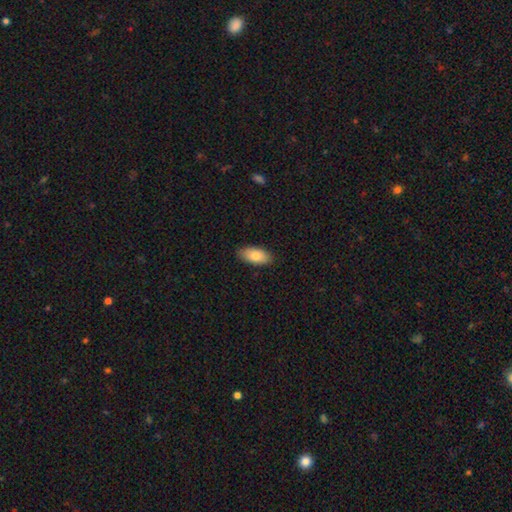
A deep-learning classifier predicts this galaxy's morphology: Overall: smooth (83%). How rounded: in between (90%). Merging: none (88%).